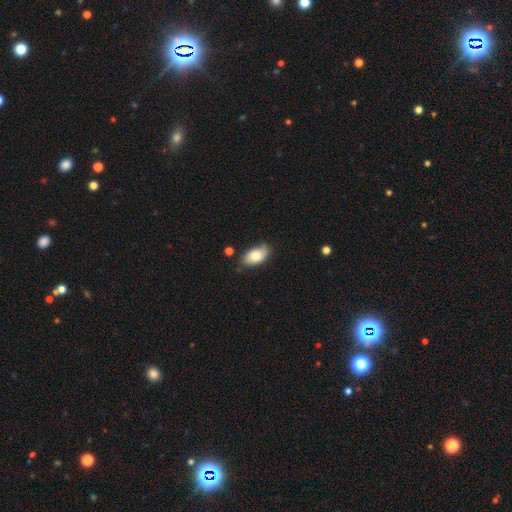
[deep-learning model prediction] A smooth galaxy with no disk features (78%) that is in between round and cigar-shaped (93%).

Vote fractions:
- Smooth or featured? smooth: 78% / featured or disk: 15% / star or artifact: 7%
- How rounded? in between: 93% / round: 4% / cigar-shaped: 3%
- Merging? none: 74% / minor disturbance: 20% / major disturbance: 3% / merger: 3%